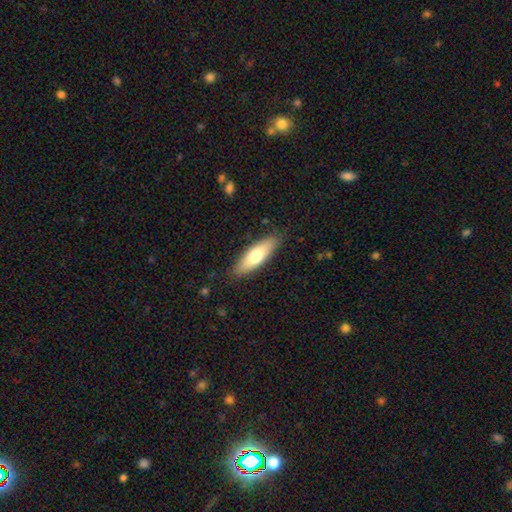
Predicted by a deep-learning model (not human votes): smooth_or_featured: smooth (p=0.68) [alt: featured or disk p=0.26]
how_rounded: in between (p=0.50) [alt: cigar-shaped p=0.48]
merging: none (p=0.86) [alt: minor disturbance p=0.10]